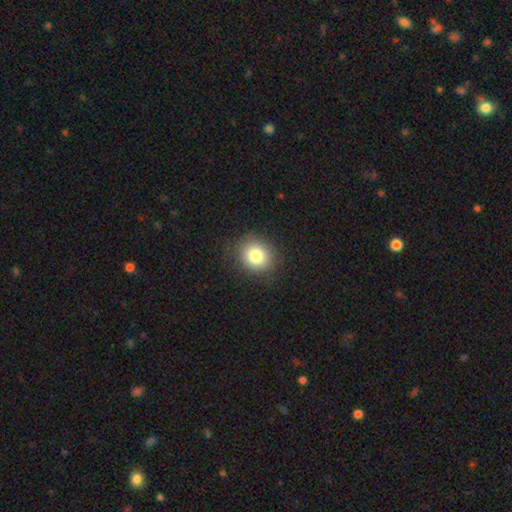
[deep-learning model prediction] Overall: smooth (81%). How rounded: round (84%). Merging: none (88%).